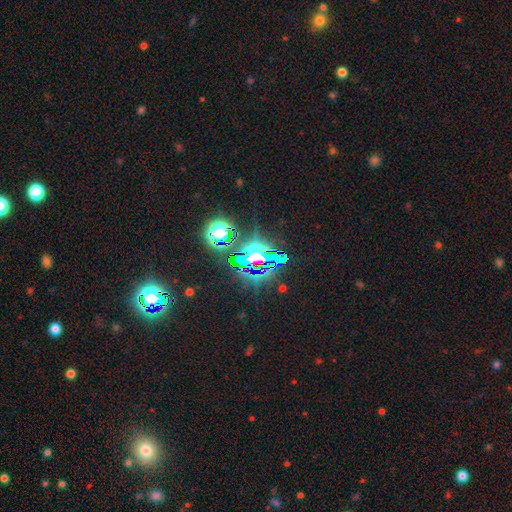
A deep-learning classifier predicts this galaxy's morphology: smooth-or-featured: star or artifact: 78% | smooth: 12% | featured or disk: 9%